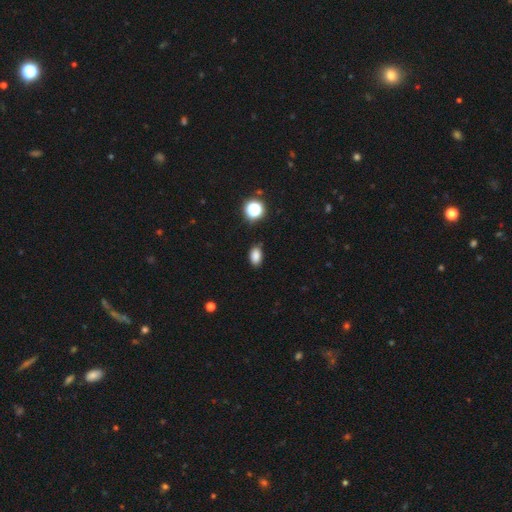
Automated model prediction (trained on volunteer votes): Smooth or featured: smooth — 83% (star or artifact — 13%)
How rounded: in between — 87% (round — 11%)
Merging: none — 85% (minor disturbance — 11%)